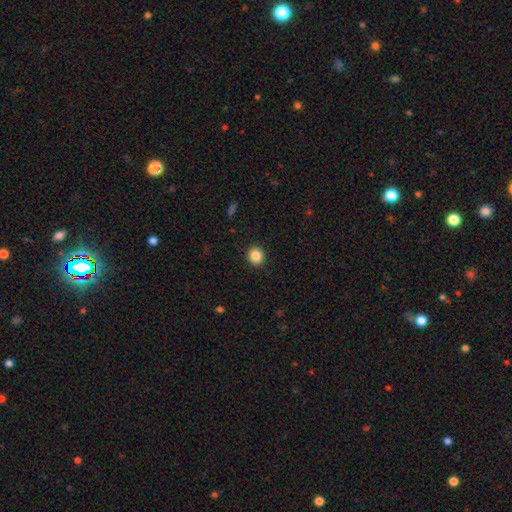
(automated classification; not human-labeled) This appears to be a smooth galaxy with no disk features (86%) that is round (91%). Merging: none (92%).